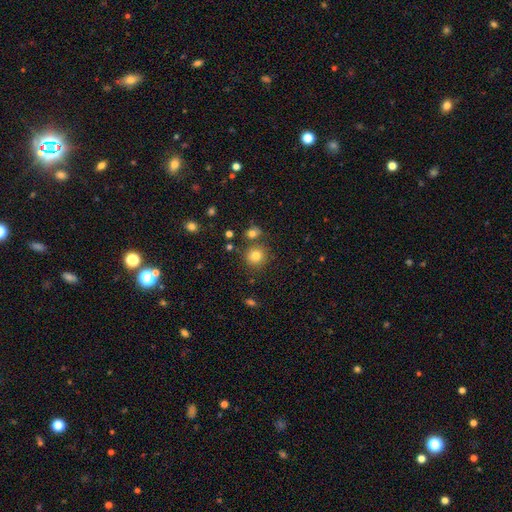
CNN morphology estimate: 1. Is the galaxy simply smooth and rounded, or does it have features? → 79% smooth, 13% star or artifact, 8% featured or disk.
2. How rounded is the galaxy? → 90% round, 9% in between, 1% cigar-shaped.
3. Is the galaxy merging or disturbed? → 77% none, 11% merger, 9% minor disturbance, 3% major disturbance.